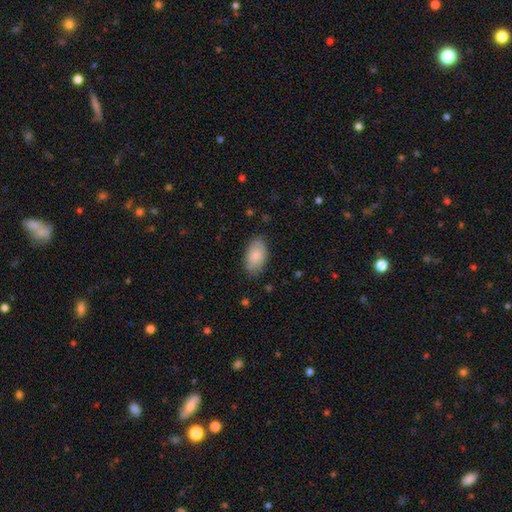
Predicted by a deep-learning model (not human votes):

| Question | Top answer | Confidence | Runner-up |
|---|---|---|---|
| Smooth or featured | smooth | 81% | featured or disk (13%) |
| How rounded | in between | 94% | round (4%) |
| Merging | none | 81% | minor disturbance (15%) |